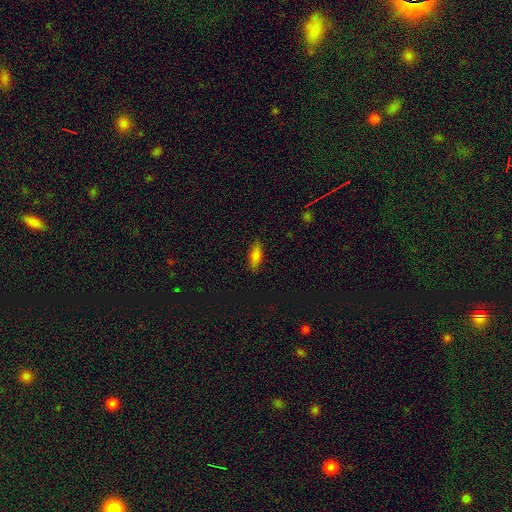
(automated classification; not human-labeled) Smooth or featured?
  - smooth: 77% *
  - featured or disk: 15%
  - star or artifact: 9%
How rounded?
  - in between: 63% *
  - cigar-shaped: 35%
  - round: 3%
Merging?
  - none: 85% *
  - minor disturbance: 12%
  - major disturbance: 2%
  - merger: 1%